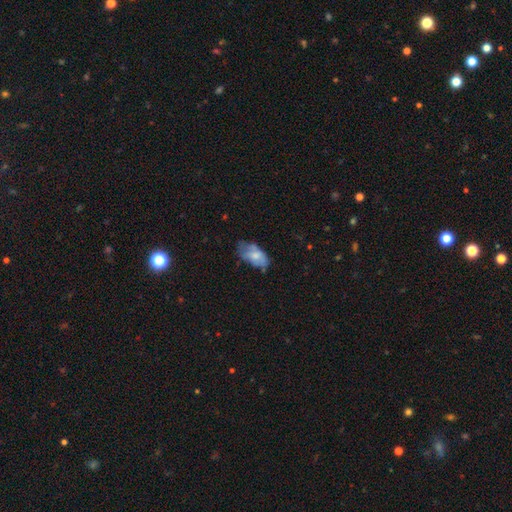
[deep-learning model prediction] The model was most divided on "merging": none: 42%, minor disturbance: 37%, major disturbance: 17%, merger: 4%. More confident: how rounded — in between (93%); smooth or featured — smooth (62%).